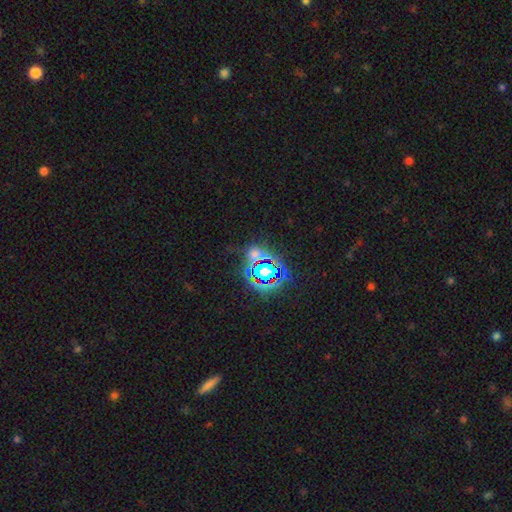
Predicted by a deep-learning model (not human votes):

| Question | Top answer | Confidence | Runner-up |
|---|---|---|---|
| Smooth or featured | star or artifact | 75% | smooth (16%) |